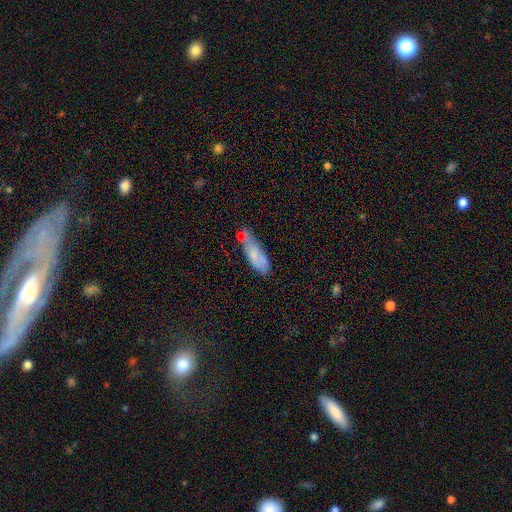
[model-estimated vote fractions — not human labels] Smooth or featured? smooth (70%)
How rounded? in between (57%)
Merging? none (35%)